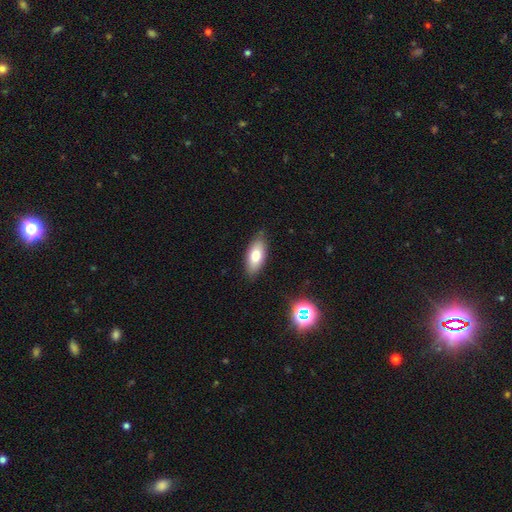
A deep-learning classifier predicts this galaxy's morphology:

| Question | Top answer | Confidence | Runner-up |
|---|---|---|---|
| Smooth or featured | smooth | 76% | featured or disk (16%) |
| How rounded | in between | 85% | cigar-shaped (13%) |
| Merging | none | 84% | minor disturbance (12%) |